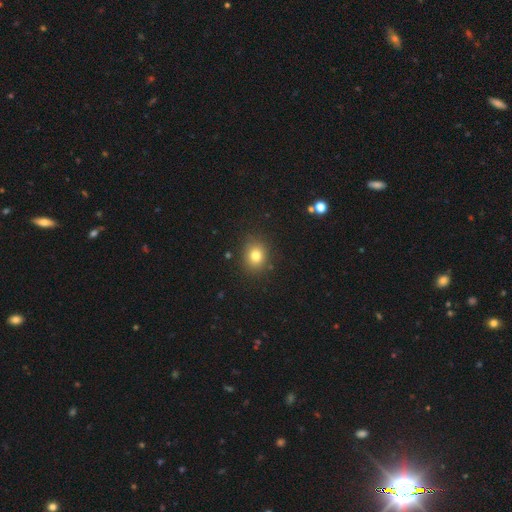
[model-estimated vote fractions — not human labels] This appears to be a smooth galaxy with no disk features (79%) that is round (67%). Merging: none (86%).